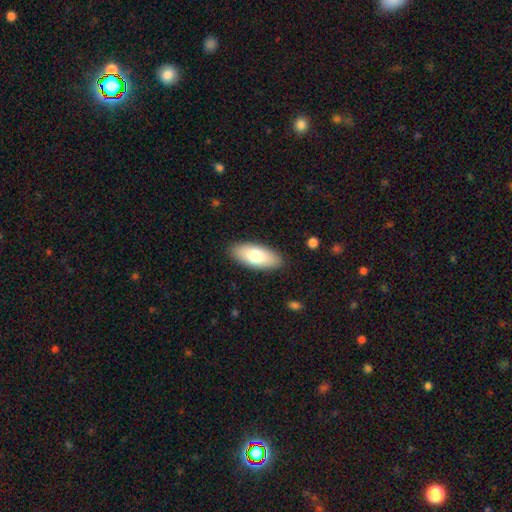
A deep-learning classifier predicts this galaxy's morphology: A smooth galaxy with no disk features (77%) that is in between round and cigar-shaped (86%).

Vote fractions:
- Smooth or featured? smooth: 77% / featured or disk: 17% / star or artifact: 6%
- How rounded? in between: 86% / cigar-shaped: 12% / round: 2%
- Merging? none: 88% / minor disturbance: 8% / major disturbance: 2% / merger: 1%